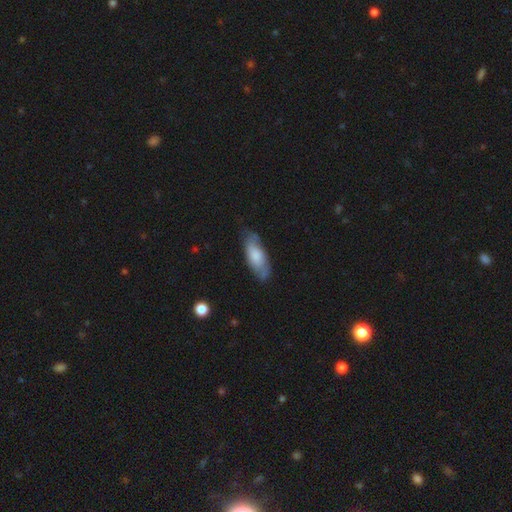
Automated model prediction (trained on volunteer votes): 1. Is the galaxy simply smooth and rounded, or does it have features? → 65% smooth, 29% featured or disk, 6% star or artifact.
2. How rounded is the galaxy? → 76% in between, 22% cigar-shaped, 2% round.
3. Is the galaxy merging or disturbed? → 68% none, 24% minor disturbance, 6% major disturbance, 2% merger.